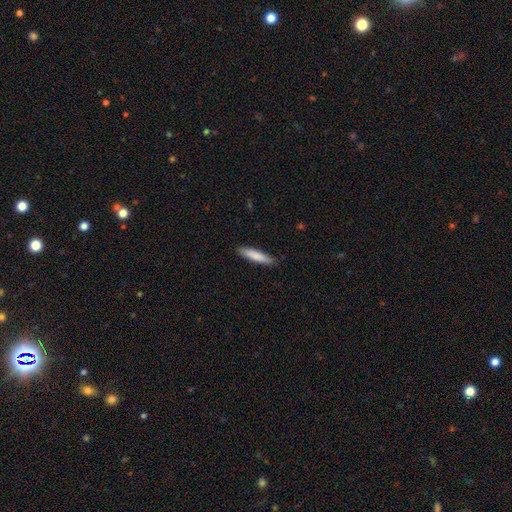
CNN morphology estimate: smooth-or-featured: smooth: 84% | featured or disk: 11% | star or artifact: 5%
  how-rounded: cigar-shaped: 85% | in between: 13% | round: 1%
  merging: none: 87% | minor disturbance: 10% | major disturbance: 2% | merger: 1%